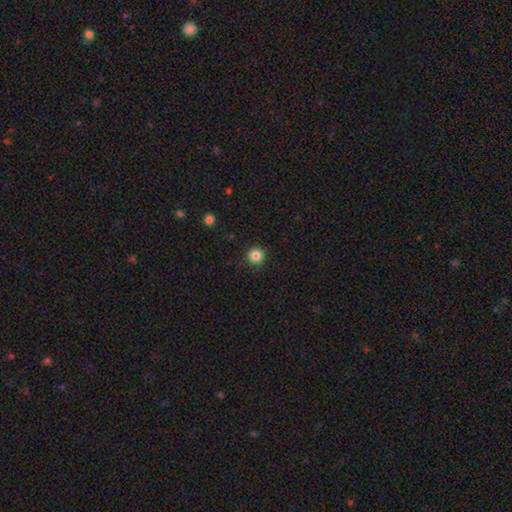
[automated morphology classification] Overall: smooth (84%). How rounded: round (95%). Merging: none (90%).